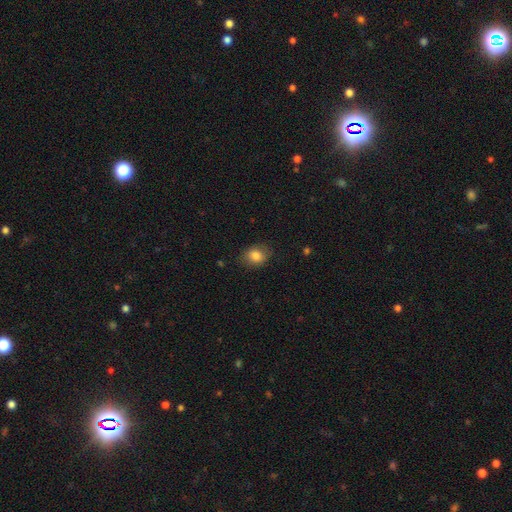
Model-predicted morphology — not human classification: This appears to be a smooth galaxy with no disk features (83%) that is in between round and cigar-shaped (52%). Merging: none (77%).